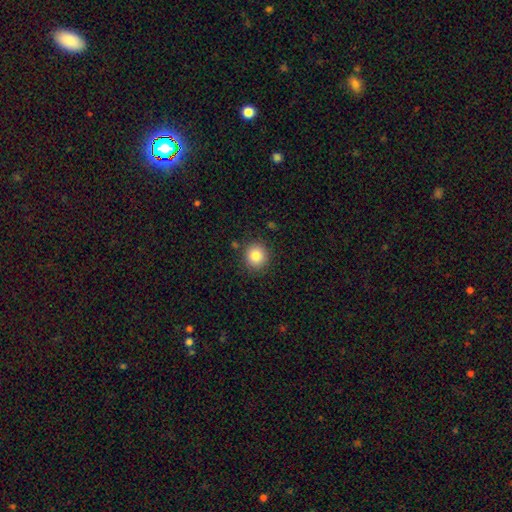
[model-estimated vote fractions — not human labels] Smooth or featured: smooth — 84% (star or artifact — 10%)
How rounded: round — 89% (in between — 10%)
Merging: none — 88% (minor disturbance — 8%)